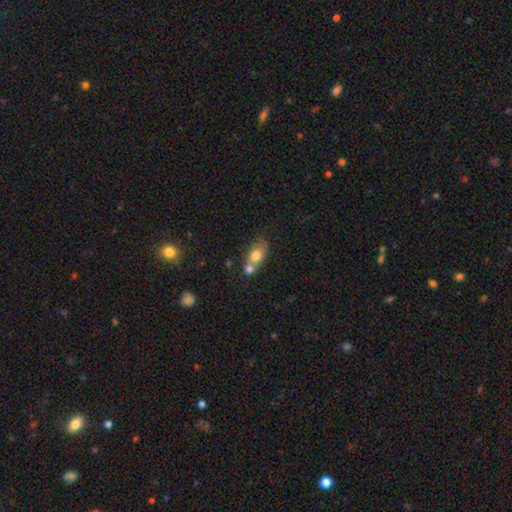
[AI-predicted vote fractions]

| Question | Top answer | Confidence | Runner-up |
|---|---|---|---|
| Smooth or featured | smooth | 72% | featured or disk (19%) |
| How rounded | in between | 75% | round (21%) |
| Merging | merger | 51% | none (34%) |